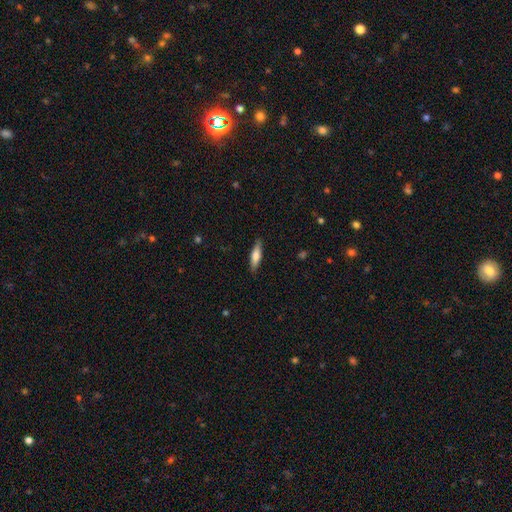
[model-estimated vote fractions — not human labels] Smooth or featured? smooth (65%)
How rounded? cigar-shaped (68%)
Merging? none (88%)